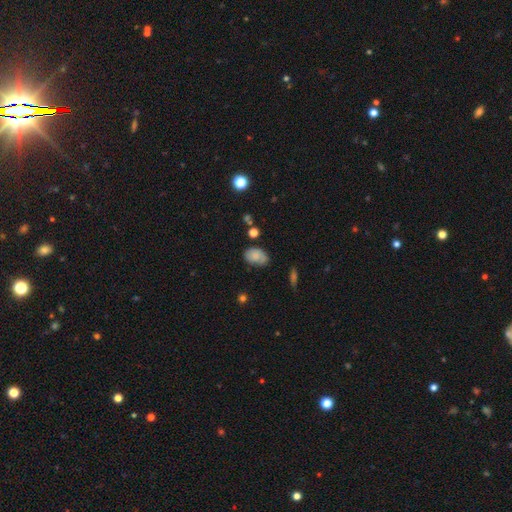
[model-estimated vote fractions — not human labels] A smooth galaxy with no disk features (74%) that is in between round and cigar-shaped (84%).

Vote fractions:
- Smooth or featured? smooth: 74% / featured or disk: 17% / star or artifact: 10%
- How rounded? in between: 84% / round: 15% / cigar-shaped: 1%
- Merging? none: 62% / minor disturbance: 28% / major disturbance: 7% / merger: 3%